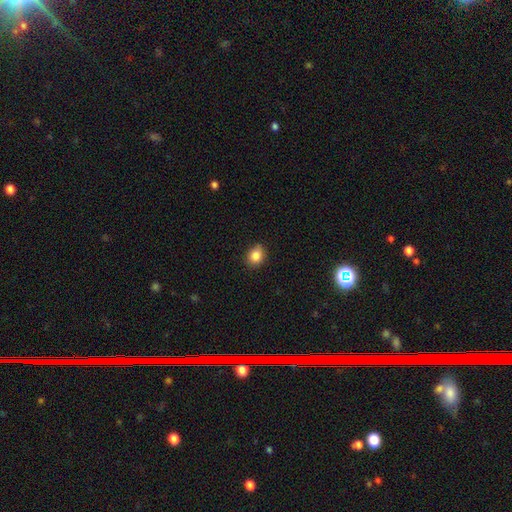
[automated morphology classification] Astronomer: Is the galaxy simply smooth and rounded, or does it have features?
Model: smooth — 85%.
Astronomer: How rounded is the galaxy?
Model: round — 60% (runner-up: in between, 39%).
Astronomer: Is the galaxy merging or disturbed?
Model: none — 79%.